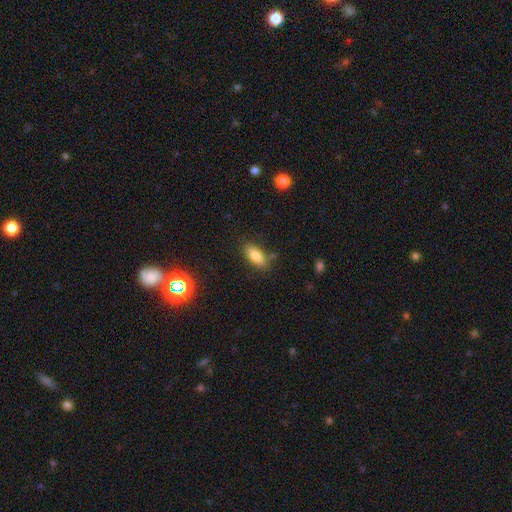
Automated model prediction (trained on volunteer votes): A smooth galaxy with no disk features (81%) that is in between round and cigar-shaped (85%).

Vote fractions:
- Smooth or featured? smooth: 81% / featured or disk: 10% / star or artifact: 9%
- How rounded? in between: 85% / cigar-shaped: 12% / round: 3%
- Merging? none: 78% / minor disturbance: 14% / merger: 4% / major disturbance: 4%